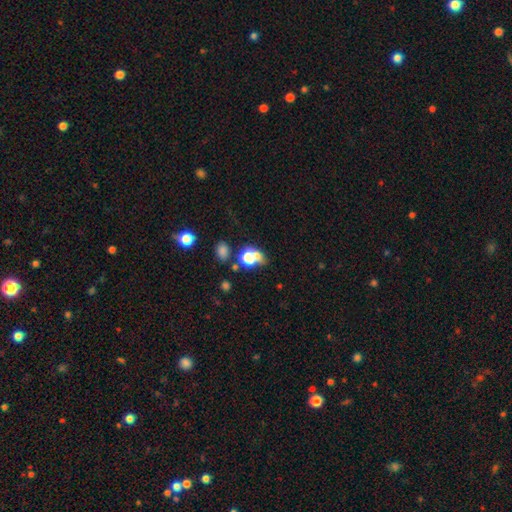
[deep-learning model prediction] Q: Smooth or featured?
A: smooth (66%); runner-up: star or artifact (21%)
Q: How rounded?
A: round (58%); runner-up: in between (40%)
Q: Merging?
A: none (39%); runner-up: merger (38%)